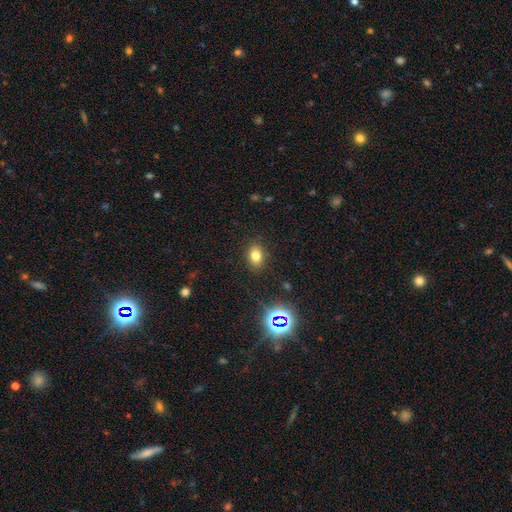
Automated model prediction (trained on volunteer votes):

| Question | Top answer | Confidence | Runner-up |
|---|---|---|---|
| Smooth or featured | smooth | 74% | star or artifact (17%) |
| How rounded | in between | 71% | round (28%) |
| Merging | none | 86% | minor disturbance (9%) |